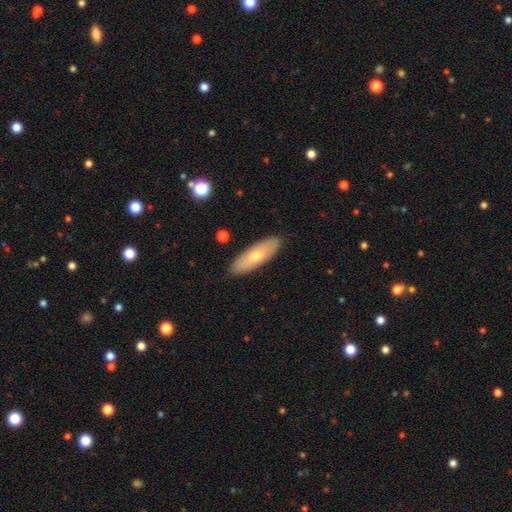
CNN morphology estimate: This appears to be a smooth galaxy with no disk features (62%) that is in between round and cigar-shaped (53%). Merging: none (89%).